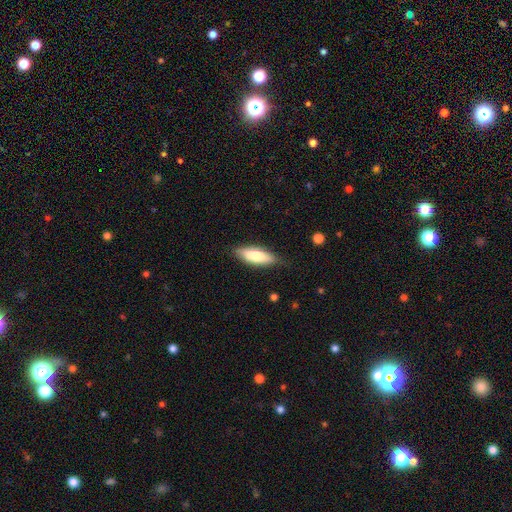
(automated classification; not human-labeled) The model was most divided on "how rounded": in between: 61%, cigar-shaped: 38%, round: 2%. More confident: merging — none (81%); smooth or featured — smooth (72%).